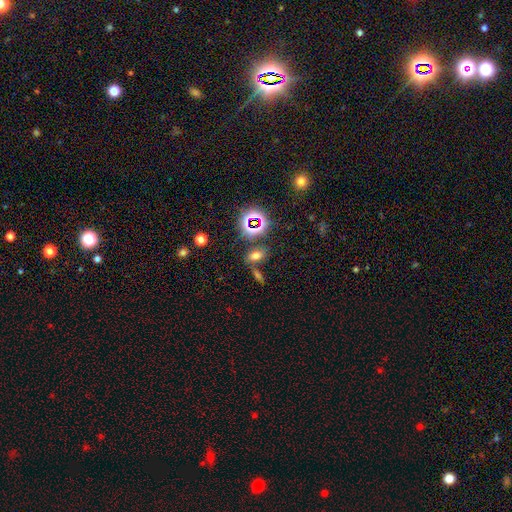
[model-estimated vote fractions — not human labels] Morphology: type=smooth (60%); roundness=in between (81%); merging=none (65%).